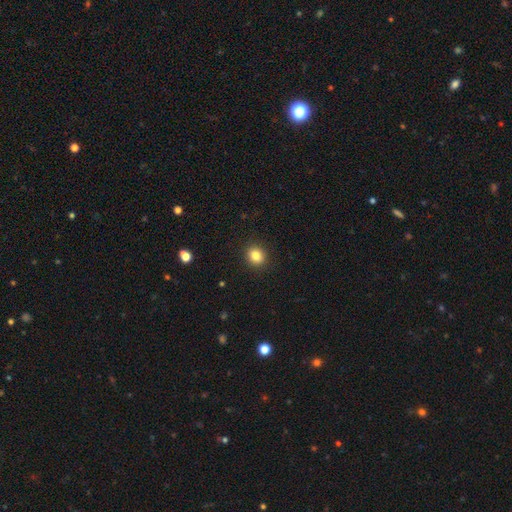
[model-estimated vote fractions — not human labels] The model was most divided on "how rounded": round: 81%, in between: 18%, cigar-shaped: 1%. More confident: merging — none (92%); smooth or featured — smooth (84%).